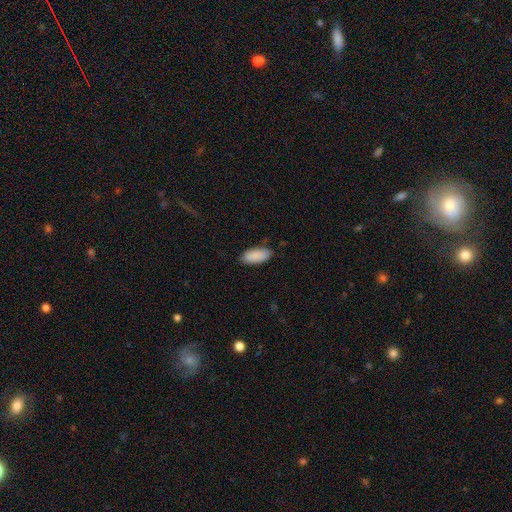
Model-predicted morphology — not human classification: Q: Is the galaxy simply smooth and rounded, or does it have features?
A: smooth — 90%.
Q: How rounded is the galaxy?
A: in between — 89%.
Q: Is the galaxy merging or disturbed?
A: none — 83%.